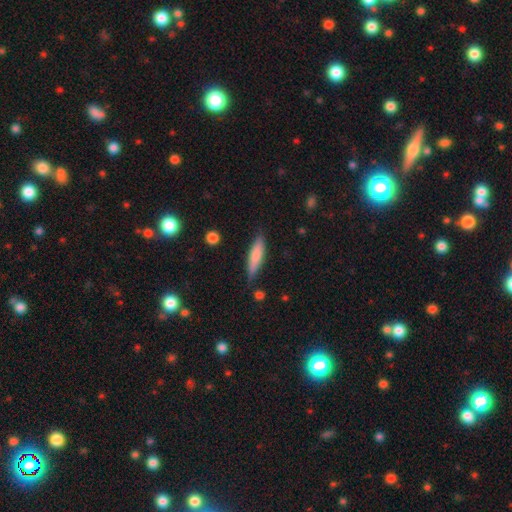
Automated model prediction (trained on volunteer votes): Smooth or featured?
  - smooth: 73% *
  - featured or disk: 21%
  - star or artifact: 6%
How rounded?
  - cigar-shaped: 75% *
  - in between: 23%
  - round: 2%
Merging?
  - none: 78% *
  - minor disturbance: 16%
  - major disturbance: 3%
  - merger: 2%